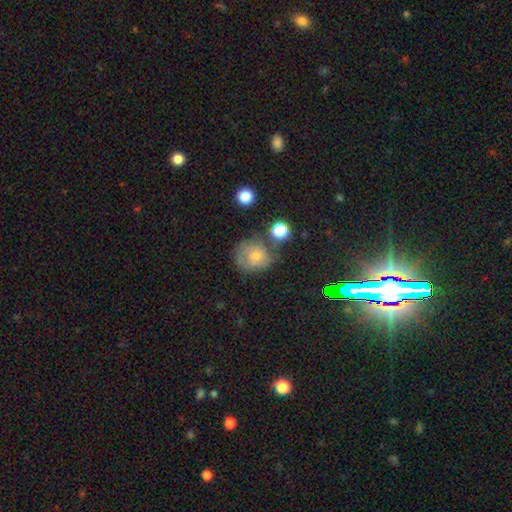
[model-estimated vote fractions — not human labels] Smooth or featured? smooth (44%)
Merging? none (60%)